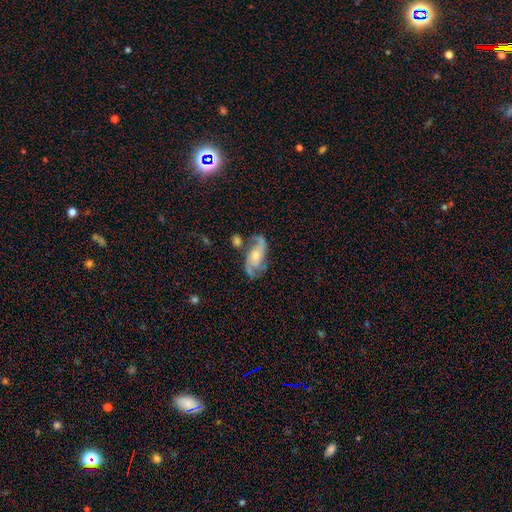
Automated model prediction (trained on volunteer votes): A featured or disk galaxy (80%) with no bar (58%), 2 (73%) medium (45%) spiral arms (94%) and a moderate central bulge (53%). Merging: none (56%).